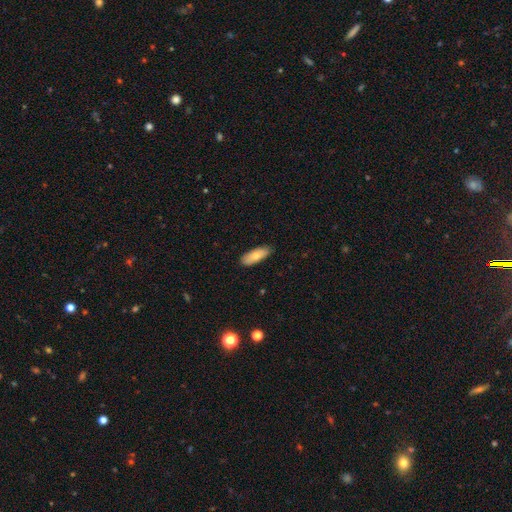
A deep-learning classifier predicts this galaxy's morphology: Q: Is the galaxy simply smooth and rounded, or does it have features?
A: smooth — 76%.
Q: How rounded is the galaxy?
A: in between — 72%.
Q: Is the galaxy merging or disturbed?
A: none — 86%.